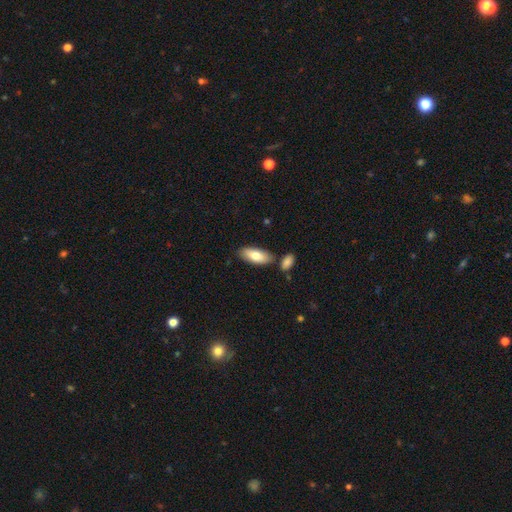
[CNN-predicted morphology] Overall: smooth (78%). How rounded: in between (84%). Merging: none (77%).